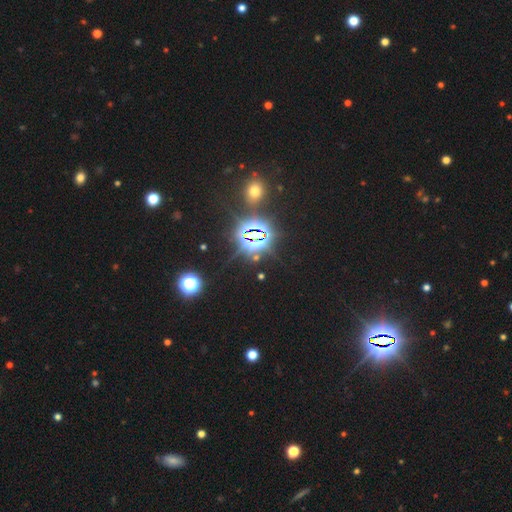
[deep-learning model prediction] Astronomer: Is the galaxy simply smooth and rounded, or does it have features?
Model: star or artifact — 82%.